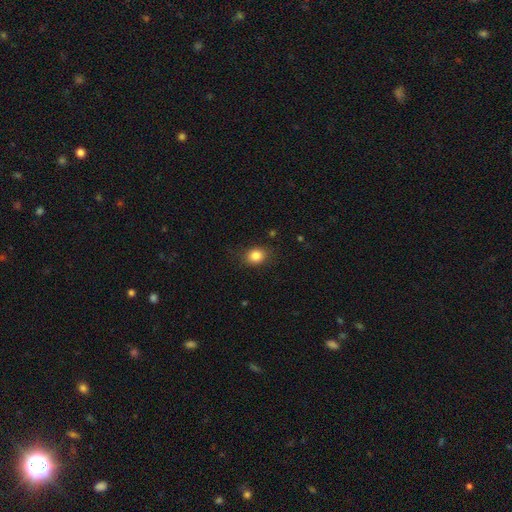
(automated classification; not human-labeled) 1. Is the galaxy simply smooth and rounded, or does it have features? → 85% smooth, 10% star or artifact, 5% featured or disk.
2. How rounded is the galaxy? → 53% round, 46% in between, 1% cigar-shaped.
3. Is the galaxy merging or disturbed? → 83% none, 13% minor disturbance, 4% major disturbance, 1% merger.